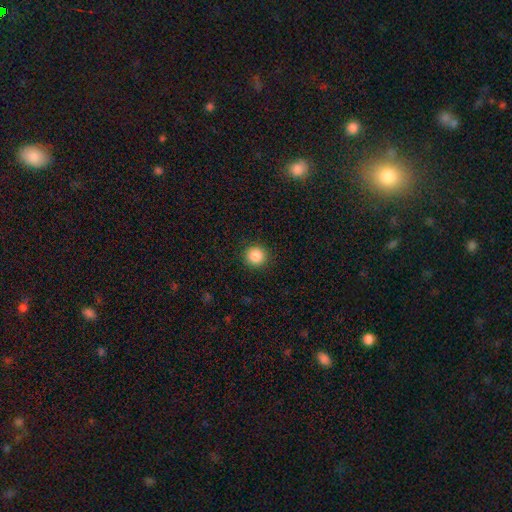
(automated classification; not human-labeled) Q: Smooth or featured?
A: smooth (88%); runner-up: star or artifact (9%)
Q: How rounded?
A: round (94%); runner-up: in between (5%)
Q: Merging?
A: none (92%); runner-up: minor disturbance (5%)